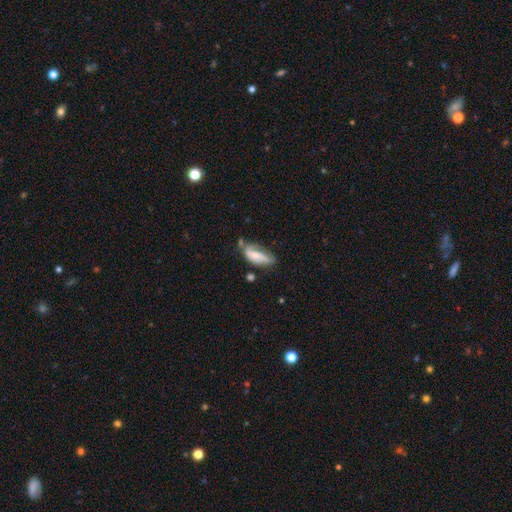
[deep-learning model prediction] Smooth or featured? Predicted: featured or disk (p=0.51). Edge-on disk? Predicted: no (p=0.87). Merging? Predicted: none (p=0.38).